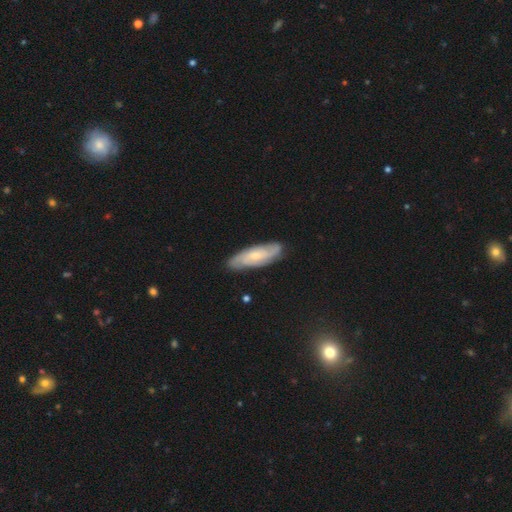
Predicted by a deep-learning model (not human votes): Smooth or featured? Predicted: featured or disk (p=0.66). Edge-on disk? Predicted: no (p=0.83). Bar? Predicted: no (p=0.62). Spiral arms? Predicted: yes (p=0.92). Spiral winding? Predicted: tight (p=0.51). Spiral arm count? Predicted: 2 (p=0.37). Bulge size? Predicted: small (p=0.56). Merging? Predicted: none (p=0.82).